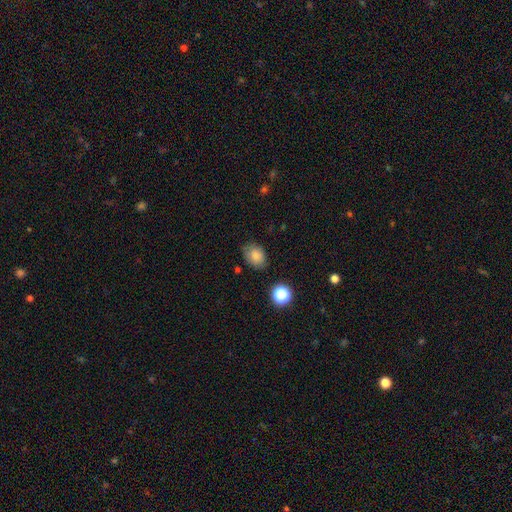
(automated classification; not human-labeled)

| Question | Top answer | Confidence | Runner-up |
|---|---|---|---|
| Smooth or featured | smooth | 81% | star or artifact (11%) |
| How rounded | in between | 65% | round (34%) |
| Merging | none | 73% | minor disturbance (20%) |